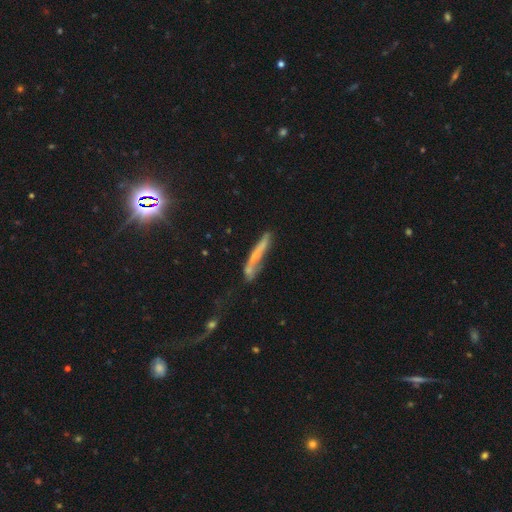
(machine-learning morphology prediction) A smooth galaxy with no disk features (55%) that is cigar-shaped (93%).

Vote fractions:
- Smooth or featured? smooth: 55% / featured or disk: 37% / star or artifact: 9%
- How rounded? cigar-shaped: 93% / in between: 6% / round: 2%
- Merging? none: 51% / minor disturbance: 23% / merger: 15% / major disturbance: 12%